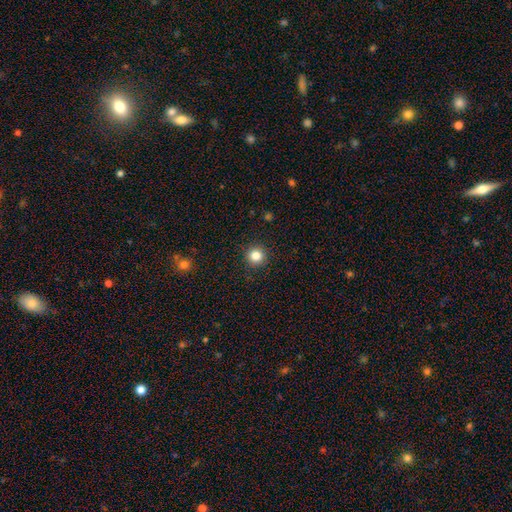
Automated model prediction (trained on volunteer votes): Q: Smooth or featured?
A: smooth (83%); runner-up: star or artifact (12%)
Q: How rounded?
A: round (95%); runner-up: in between (4%)
Q: Merging?
A: none (92%); runner-up: minor disturbance (5%)